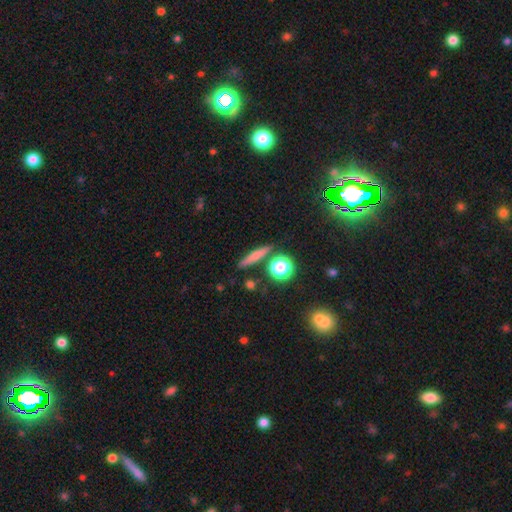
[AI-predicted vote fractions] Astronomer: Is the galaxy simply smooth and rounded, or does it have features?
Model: smooth — 64%.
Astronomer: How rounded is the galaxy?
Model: cigar-shaped — 69%.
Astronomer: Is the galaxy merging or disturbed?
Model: none — 84%.